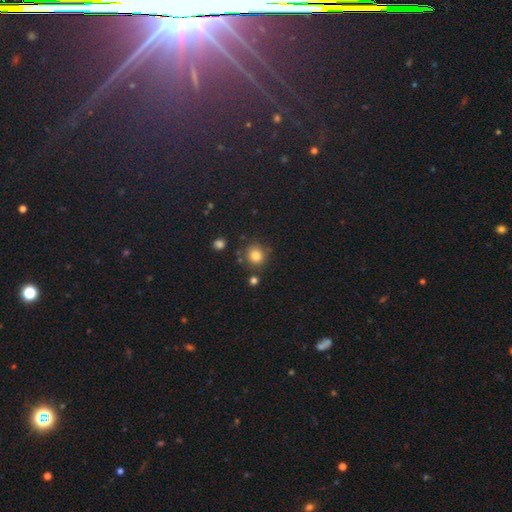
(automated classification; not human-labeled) A smooth galaxy with no disk features (82%) that is round (88%). Merging: none (80%).